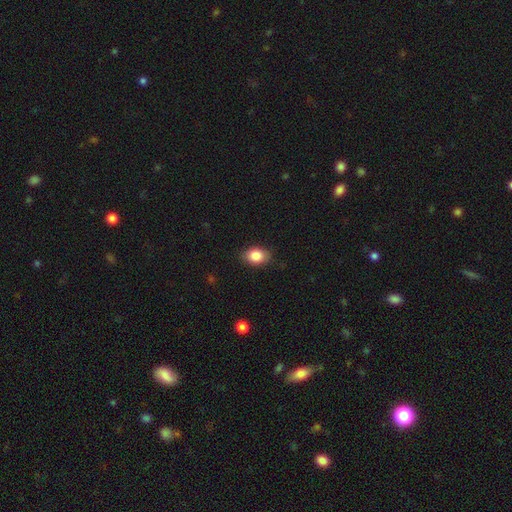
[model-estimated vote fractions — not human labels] smooth 85%, star or artifact 8%, featured or disk 7%. Down the decision tree: how rounded — in between (75%); merging — none (84%).